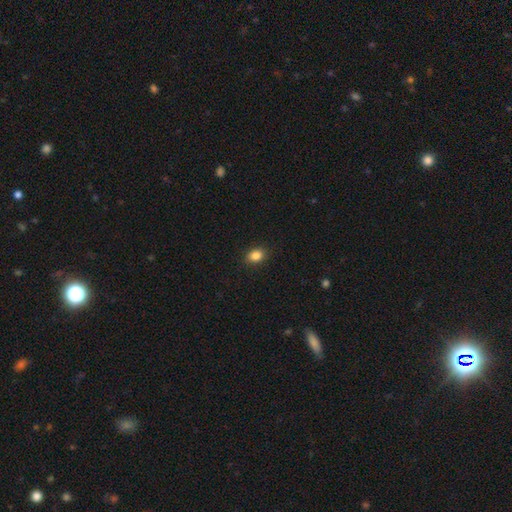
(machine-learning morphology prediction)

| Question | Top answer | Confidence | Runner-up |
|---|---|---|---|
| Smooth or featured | smooth | 86% | star or artifact (10%) |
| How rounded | in between | 66% | round (33%) |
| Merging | none | 88% | minor disturbance (9%) |